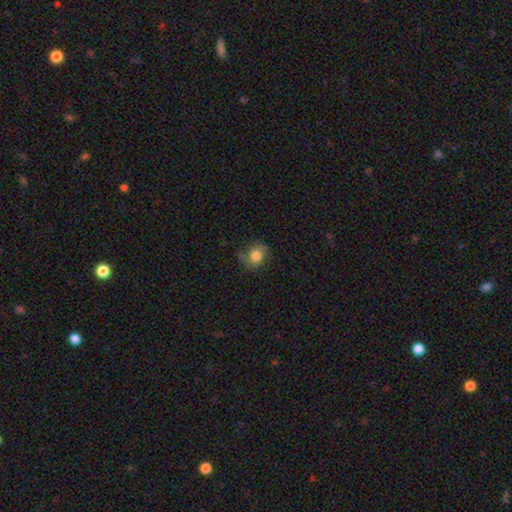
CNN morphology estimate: smooth 72%, featured or disk 19%, star or artifact 10%. Down the decision tree: how rounded — round (64%); merging — none (58%).